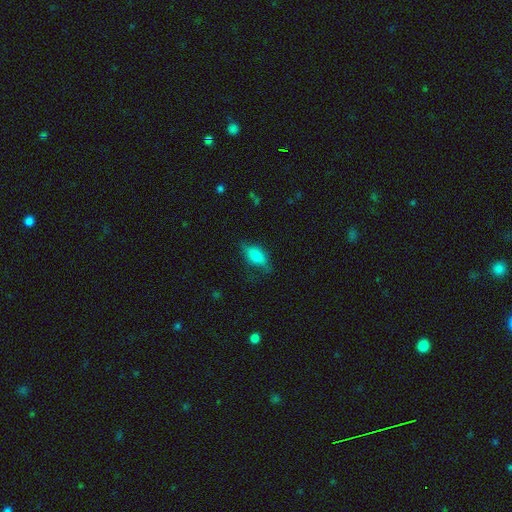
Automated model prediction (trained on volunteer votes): Smooth or featured?
  - smooth: 72% *
  - featured or disk: 20%
  - star or artifact: 8%
How rounded?
  - in between: 84% *
  - cigar-shaped: 12%
  - round: 4%
Merging?
  - none: 59% *
  - minor disturbance: 28%
  - major disturbance: 11%
  - merger: 1%